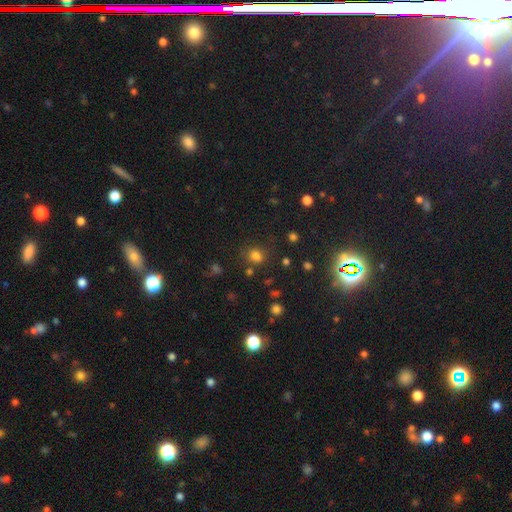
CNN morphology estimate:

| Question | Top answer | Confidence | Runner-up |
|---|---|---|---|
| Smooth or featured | smooth | 76% | star or artifact (19%) |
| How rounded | round | 65% | in between (34%) |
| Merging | none | 74% | minor disturbance (14%) |